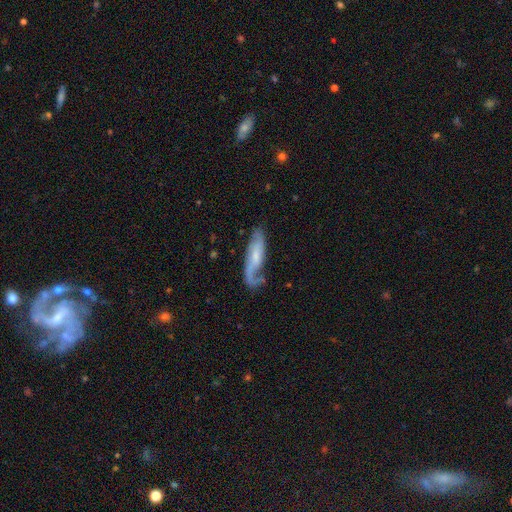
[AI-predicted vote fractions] Q: Smooth or featured?
A: featured or disk (64%); runner-up: smooth (30%)
Q: Edge-on disk?
A: no (81%); runner-up: yes (19%)
Q: Bar?
A: no (51%); runner-up: weak (36%)
Q: Spiral arms?
A: yes (87%); runner-up: no (13%)
Q: Bulge size?
A: small (47%); runner-up: moderate (31%)
Q: Merging?
A: none (48%); runner-up: minor disturbance (24%)